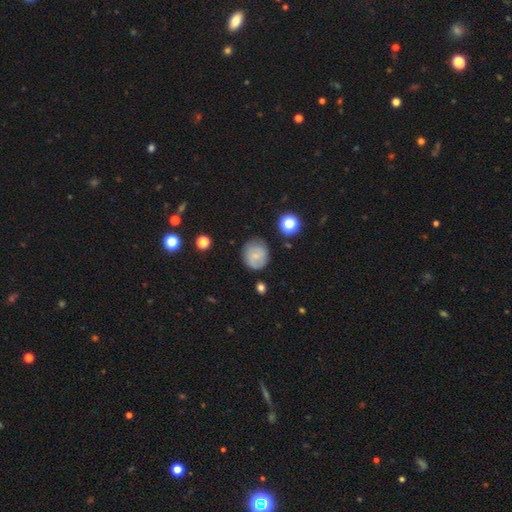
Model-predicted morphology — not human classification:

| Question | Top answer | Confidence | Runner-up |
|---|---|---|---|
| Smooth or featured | smooth | 58% | featured or disk (32%) |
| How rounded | round | 78% | in between (21%) |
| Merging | none | 72% | minor disturbance (20%) |